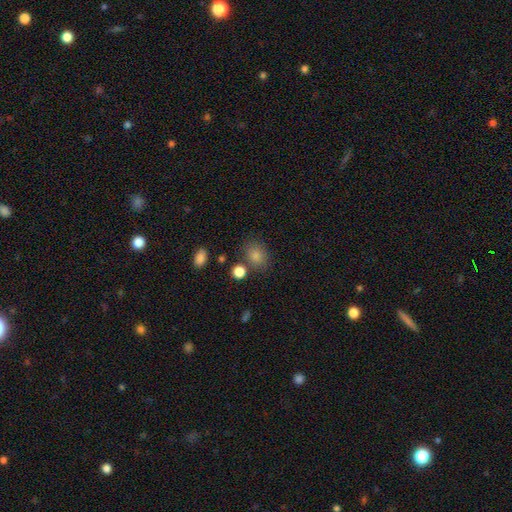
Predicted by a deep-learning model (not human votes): This appears to be a smooth galaxy with no disk features (78%) that is in between round and cigar-shaped (50%). Merging: none (77%).